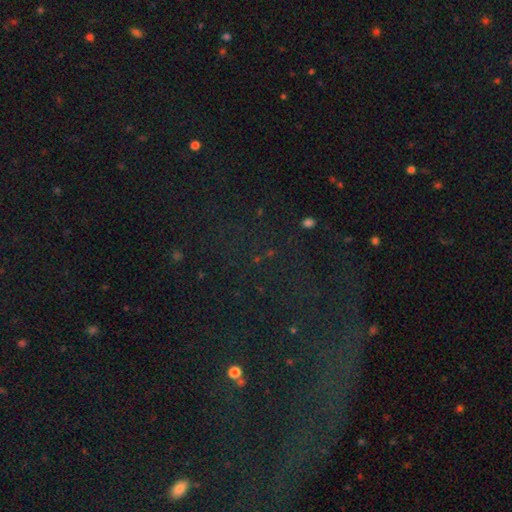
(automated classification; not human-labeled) Overall: star or artifact (75%).